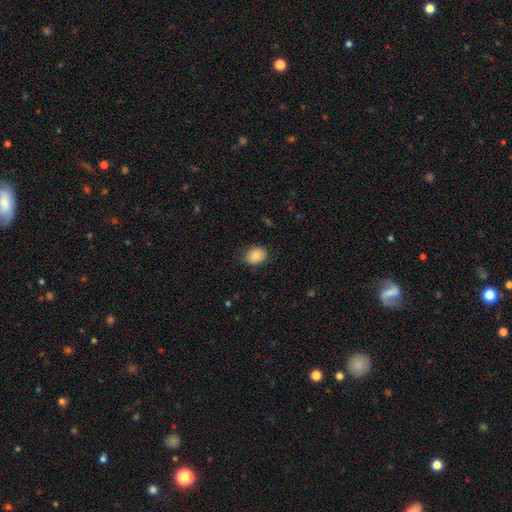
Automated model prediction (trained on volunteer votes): Smooth or featured?
  - smooth: 84% *
  - featured or disk: 8%
  - star or artifact: 8%
How rounded?
  - in between: 66% *
  - round: 33%
  - cigar-shaped: 1%
Merging?
  - none: 80% *
  - minor disturbance: 16%
  - major disturbance: 3%
  - merger: 1%